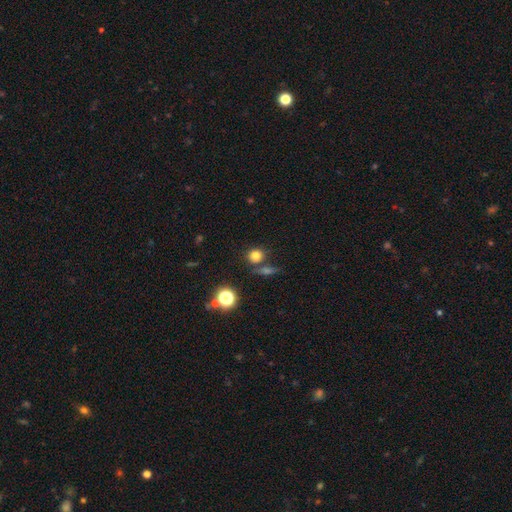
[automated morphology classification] The model was most divided on "merging": none: 70%, merger: 15%, minor disturbance: 11%, major disturbance: 4%. More confident: how rounded — round (84%); smooth or featured — smooth (77%).